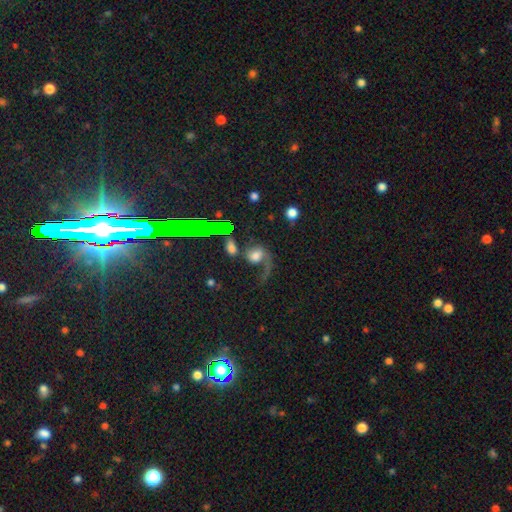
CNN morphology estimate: A featured or disk galaxy (46%). Merging: major disturbance (44%).